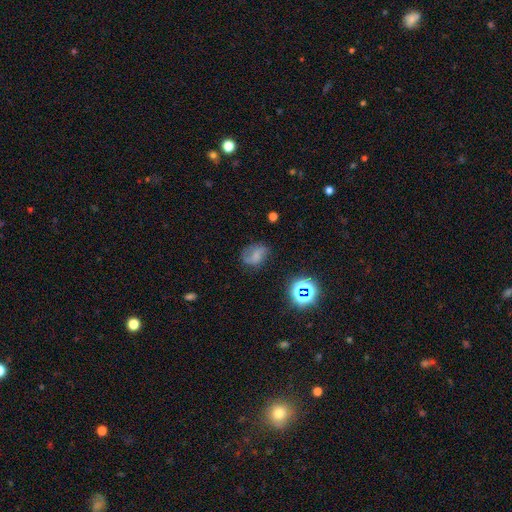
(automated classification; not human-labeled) This appears to be a smooth galaxy with no disk features (45%). Merging: none (56%).